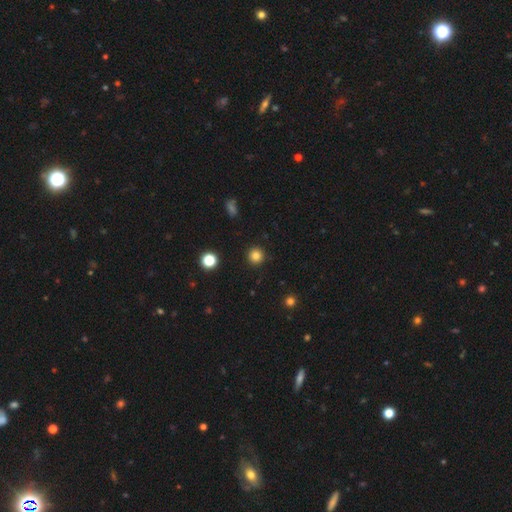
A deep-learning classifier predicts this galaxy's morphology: smooth-or-featured: smooth: 83% | star or artifact: 13% | featured or disk: 5%
  how-rounded: round: 95% | in between: 4% | cigar-shaped: 1%
  merging: none: 92% | minor disturbance: 5% | major disturbance: 2% | merger: 1%